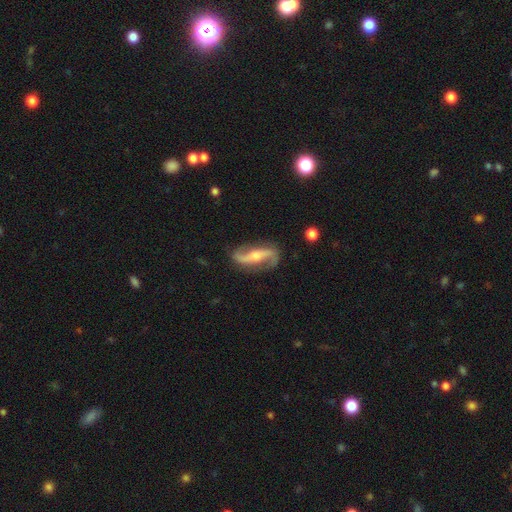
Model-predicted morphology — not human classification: smooth-or-featured: featured or disk: 89% | smooth: 7% | star or artifact: 5%
  disk-edge-on: no: 92% | yes: 8%
    bar: strong: 39% | no: 33% | weak: 29%
    has-spiral-arms: yes: 96% | no: 4%
      spiral-winding: loose: 70% | medium: 22% | tight: 8%
      spiral-arm-count: 2: 94% | can't tell: 2% | 1: 2% | 3: 1% | 4: 1% | more than 4: 1%
    bulge-size: moderate: 51% | small: 39% | large: 5% | none: 3% | dominant: 1%
  merging: none: 82% | minor disturbance: 12% | major disturbance: 4% | merger: 2%